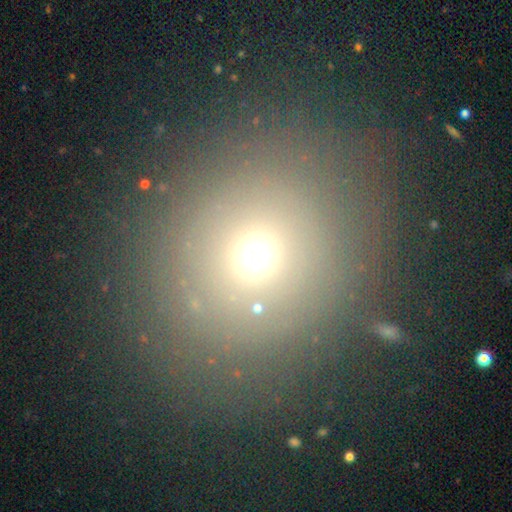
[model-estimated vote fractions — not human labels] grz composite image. It shows a smooth galaxy with no disk features (65%) that is round (84%). Merging: none (76%).